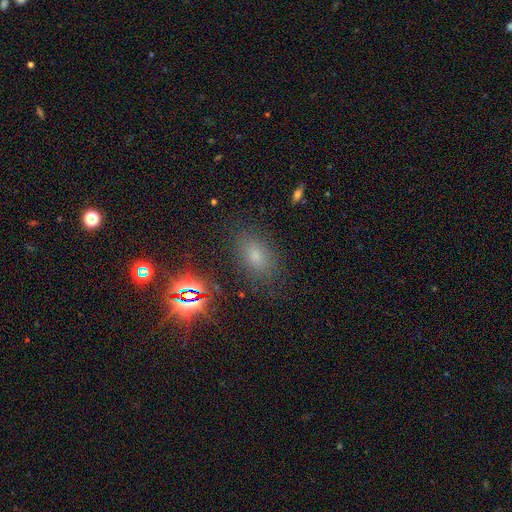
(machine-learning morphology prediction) Overall: smooth (62%; star or artifact 26%). How rounded: in between (84%). Merging: none (81%).